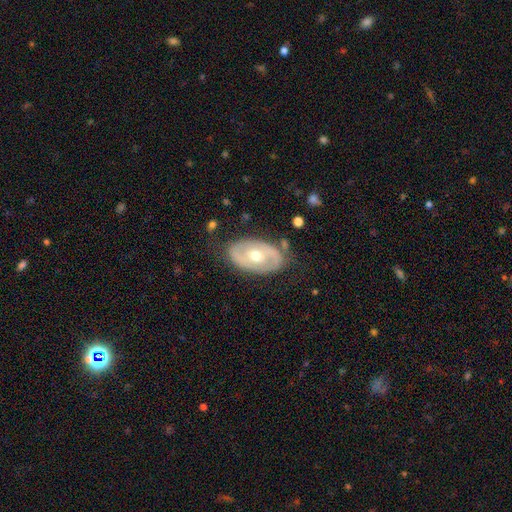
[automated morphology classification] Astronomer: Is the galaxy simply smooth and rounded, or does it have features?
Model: featured or disk — 65%.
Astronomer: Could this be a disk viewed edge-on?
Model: no — 92%.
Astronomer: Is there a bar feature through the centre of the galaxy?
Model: no — 68%.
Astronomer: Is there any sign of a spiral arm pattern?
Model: no — 57% (runner-up: yes, 43%).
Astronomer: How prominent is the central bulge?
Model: moderate — 70%.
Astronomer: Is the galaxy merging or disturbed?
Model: none — 75%.